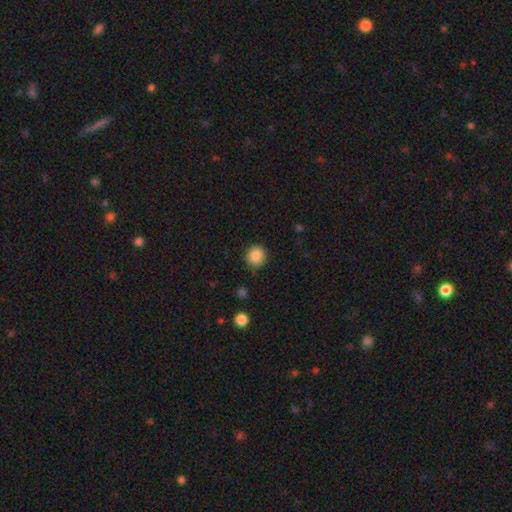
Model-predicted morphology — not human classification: Q: Smooth or featured?
A: smooth (86%); runner-up: star or artifact (9%)
Q: How rounded?
A: round (90%); runner-up: in between (9%)
Q: Merging?
A: none (87%); runner-up: minor disturbance (9%)